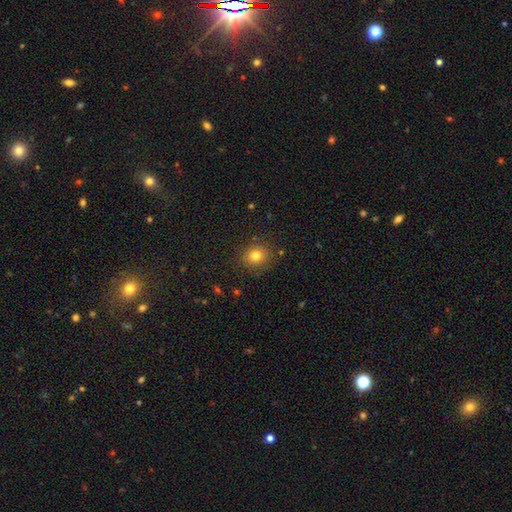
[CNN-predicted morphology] The model was most divided on "how rounded": round: 78%, in between: 22%, cigar-shaped: 1%. More confident: merging — none (86%); smooth or featured — smooth (77%).